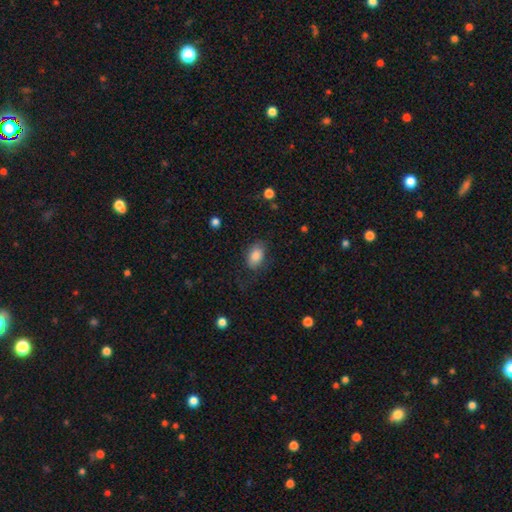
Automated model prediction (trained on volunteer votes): smooth_or_featured: smooth (p=0.84) [alt: featured or disk p=0.09]
how_rounded: in between (p=0.90) [alt: round p=0.09]
merging: none (p=0.71) [alt: minor disturbance p=0.20]